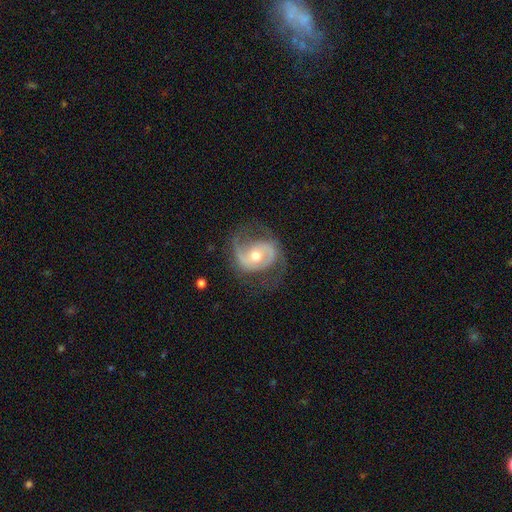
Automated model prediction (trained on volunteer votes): This is clearly a featured or disk galaxy (84%). It is clearly not viewed edge-on (97%). Bar: possibly no (52%). Spiral arm pattern: clearly yes (93%). Spiral arm count: likely 2 (78%). Spiral winding: possibly medium (48%). Central bulge: likely moderate (69%). Merging: likely none (62%).